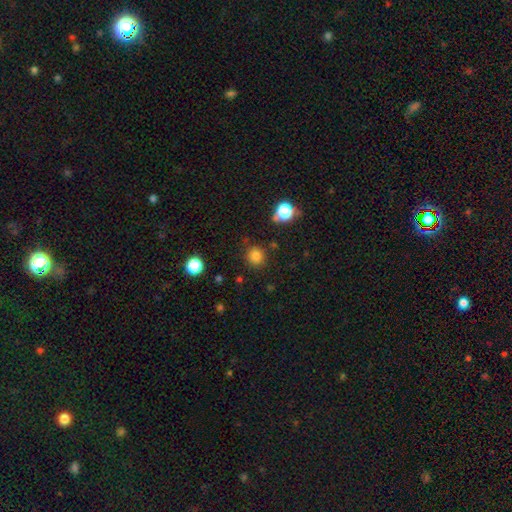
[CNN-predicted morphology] Smooth or featured: smooth — 82% (star or artifact — 13%)
How rounded: round — 88% (in between — 11%)
Merging: none — 84% (minor disturbance — 10%)